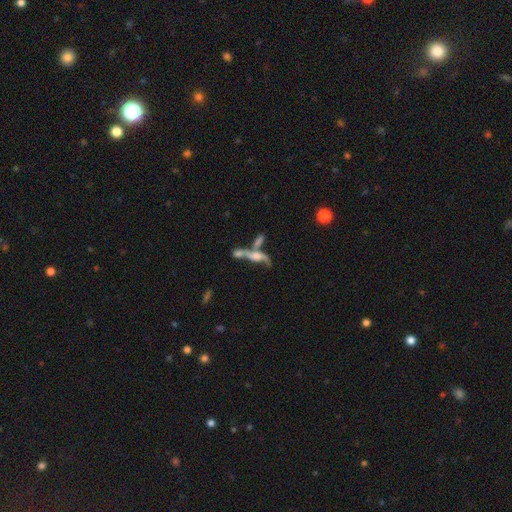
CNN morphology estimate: A featured or disk galaxy (58%). Merging: merger (55%).